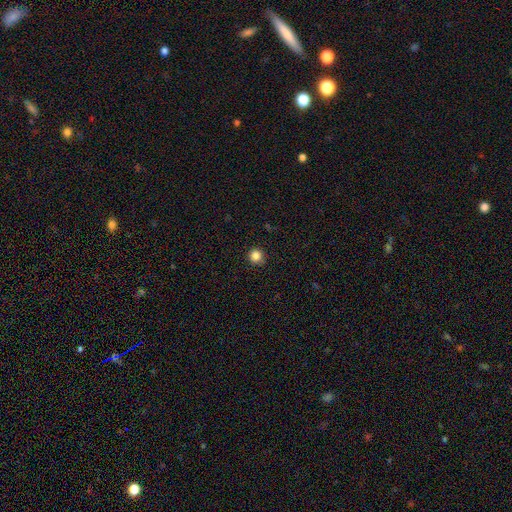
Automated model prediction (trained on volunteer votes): Smooth or featured? Predicted: smooth (p=0.84). How rounded? Predicted: round (p=0.95). Merging? Predicted: none (p=0.91).